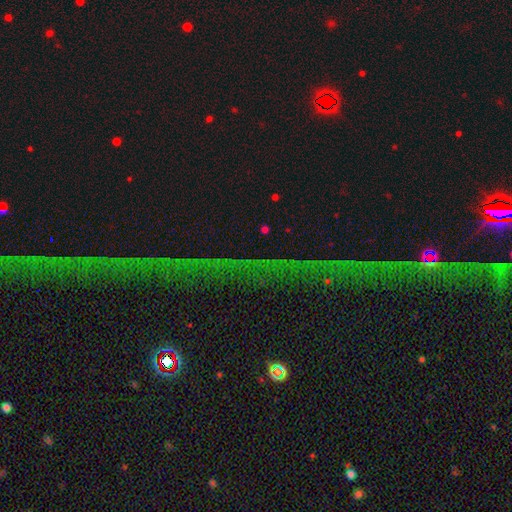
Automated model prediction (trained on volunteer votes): This appears to be a star or artifact, not a galaxy (77%).